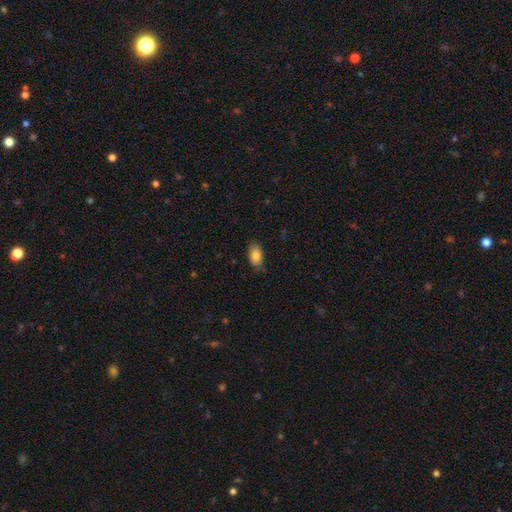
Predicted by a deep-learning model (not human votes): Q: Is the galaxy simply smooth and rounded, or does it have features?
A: smooth — 83%.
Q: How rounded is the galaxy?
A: in between — 92%.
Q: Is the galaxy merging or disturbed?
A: none — 76%.